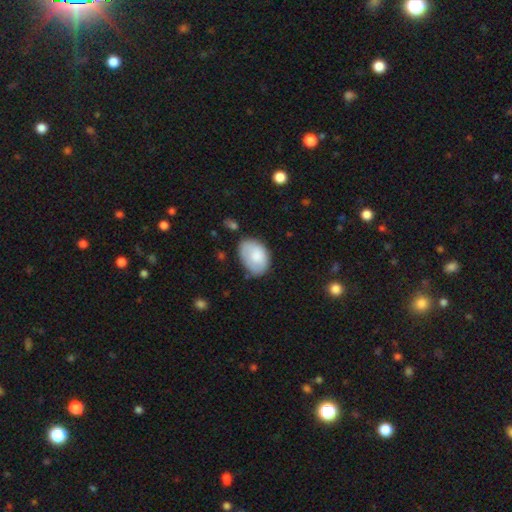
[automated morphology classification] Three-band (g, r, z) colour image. It shows a smooth galaxy with no disk features (79%) that is in between round and cigar-shaped (86%). Merging: none (61%).